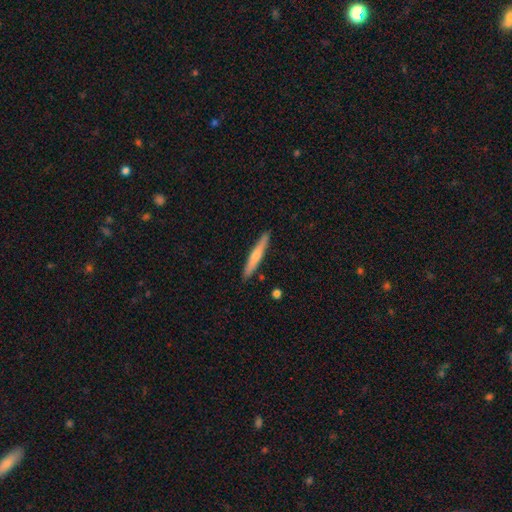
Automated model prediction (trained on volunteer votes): smooth 54%, featured or disk 40%, star or artifact 5%. Down the decision tree: how rounded — cigar-shaped (95%); merging — none (90%).